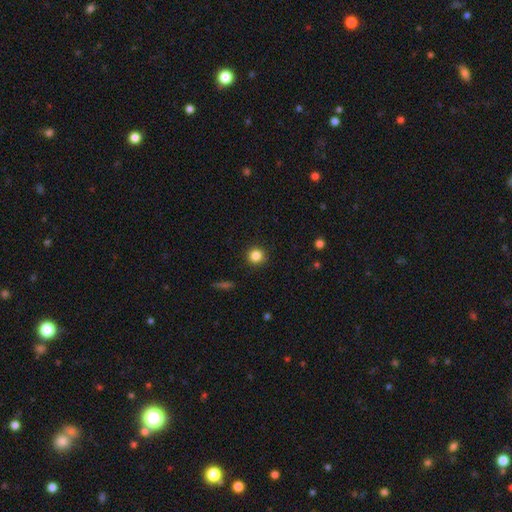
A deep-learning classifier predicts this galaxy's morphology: A smooth galaxy with no disk features (84%) that is round (94%).

Vote fractions:
- Smooth or featured? smooth: 84% / star or artifact: 11% / featured or disk: 5%
- How rounded? round: 94% / in between: 5% / cigar-shaped: 1%
- Merging? none: 90% / minor disturbance: 7% / major disturbance: 2% / merger: 1%